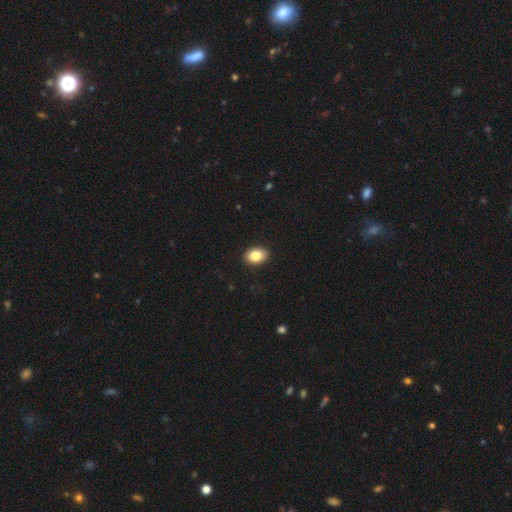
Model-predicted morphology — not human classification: A smooth galaxy with no disk features (84%) that is in between round and cigar-shaped (81%).

Vote fractions:
- Smooth or featured? smooth: 84% / featured or disk: 8% / star or artifact: 8%
- How rounded? in between: 81% / round: 18% / cigar-shaped: 1%
- Merging? none: 91% / minor disturbance: 7% / major disturbance: 2% / merger: 1%